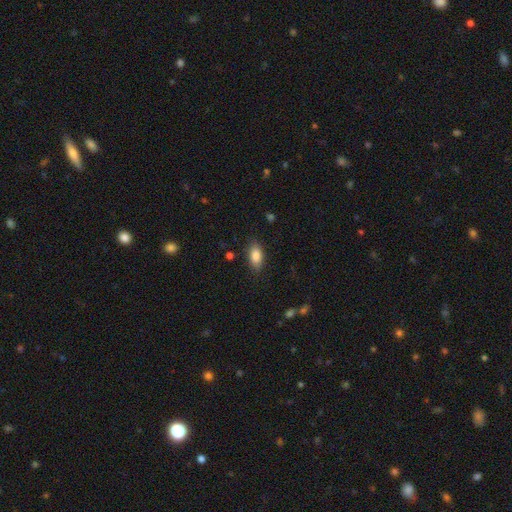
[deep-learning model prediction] A smooth galaxy with no disk features (85%) that is in between round and cigar-shaped (89%).

Vote fractions:
- Smooth or featured? smooth: 85% / featured or disk: 7% / star or artifact: 7%
- How rounded? in between: 89% / cigar-shaped: 7% / round: 4%
- Merging? none: 83% / minor disturbance: 12% / major disturbance: 3% / merger: 1%